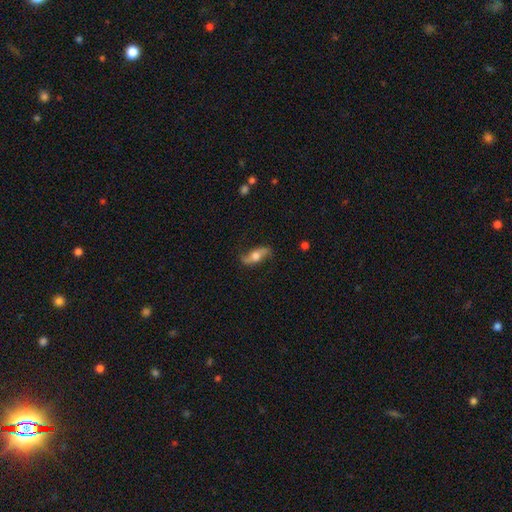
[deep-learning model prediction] A featured or disk galaxy (63%). Merging: none (77%).